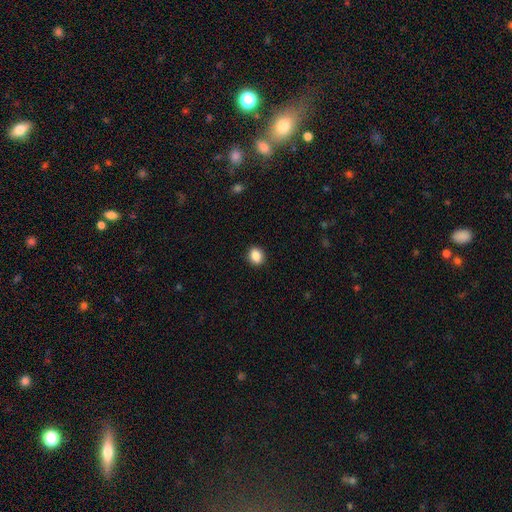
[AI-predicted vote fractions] Smooth or featured: smooth — 88% (star or artifact — 9%)
How rounded: round — 53% (in between — 46%)
Merging: none — 91% (minor disturbance — 6%)